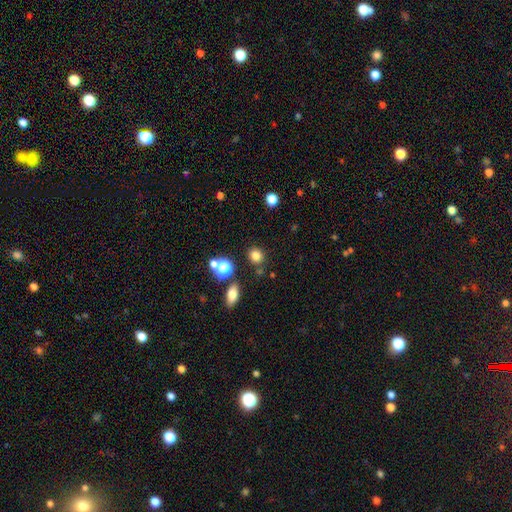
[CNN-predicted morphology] type=smooth (80%); roundness=round (80%); merging=none (82%).